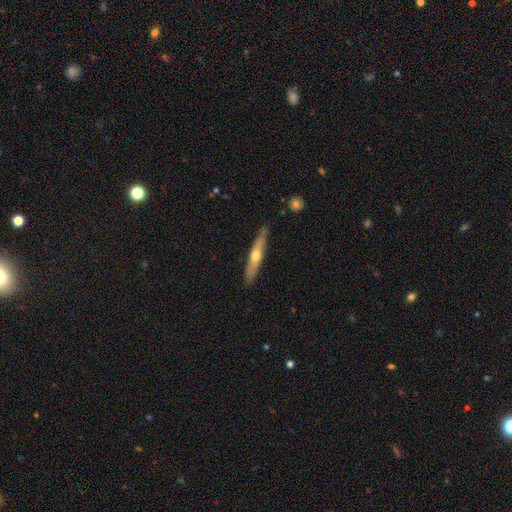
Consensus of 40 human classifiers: Overall: featured or disk (50%; smooth 40%). Edge-on disk: yes (95%). Edge-on bulge: rounded (84%). Merging: none (81%).